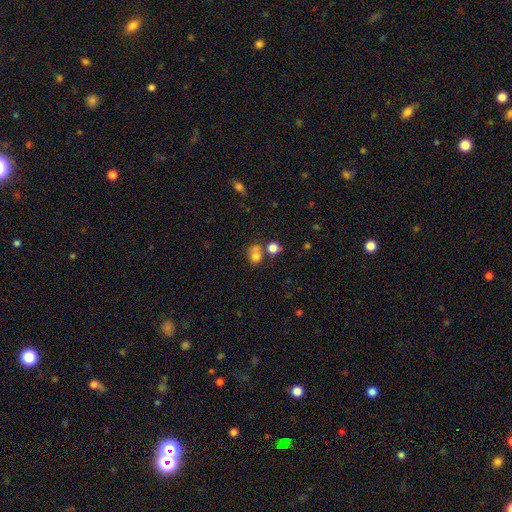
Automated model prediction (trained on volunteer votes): Smooth or featured? Predicted: smooth (p=0.73). How rounded? Predicted: round (p=0.69). Merging? Predicted: merger (p=0.44).